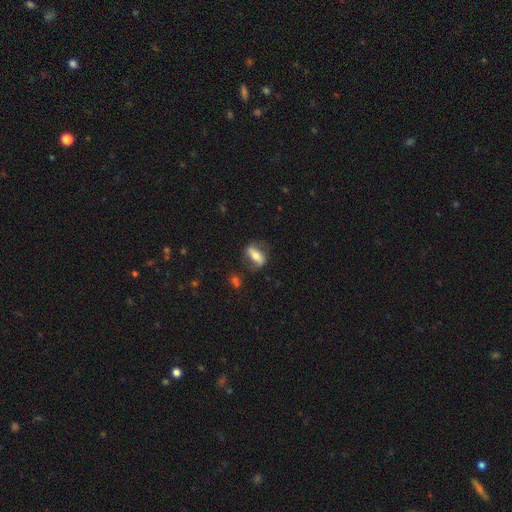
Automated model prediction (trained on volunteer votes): Smooth or featured? smooth (48%)
Merging? none (69%)